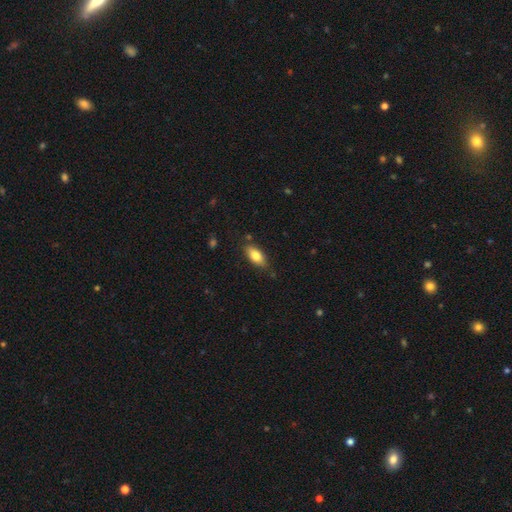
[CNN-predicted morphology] Smooth or featured? smooth (78%)
How rounded? in between (85%)
Merging? none (79%)